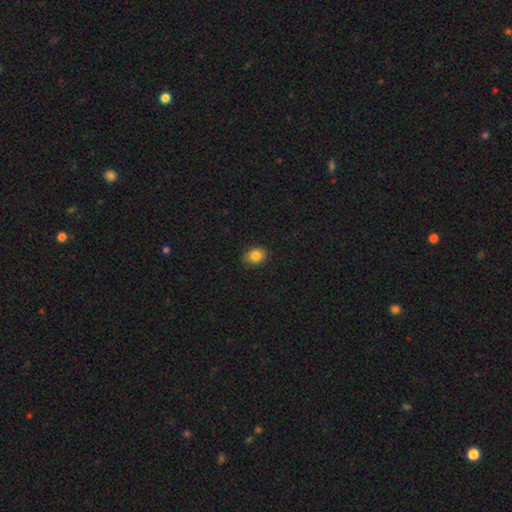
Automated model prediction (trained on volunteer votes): Smooth or featured: smooth — 83% (star or artifact — 10%)
How rounded: round — 50% (in between — 49%)
Merging: none — 84% (minor disturbance — 13%)